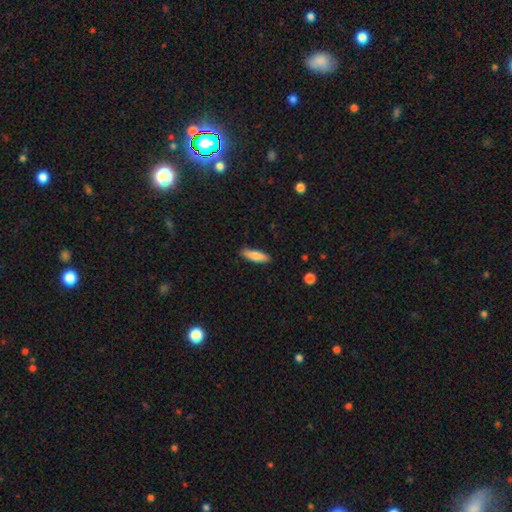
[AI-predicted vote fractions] Smooth or featured: smooth — 81% (featured or disk — 13%)
How rounded: cigar-shaped — 61% (in between — 38%)
Merging: none — 85% (minor disturbance — 12%)